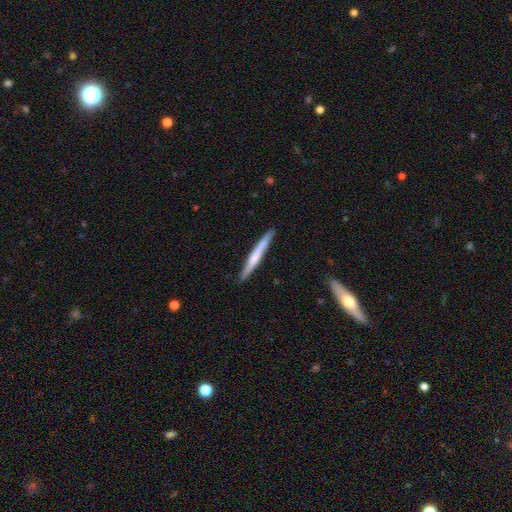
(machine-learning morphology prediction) A smooth galaxy with no disk features (53%) that is cigar-shaped (97%). Merging: none (88%).